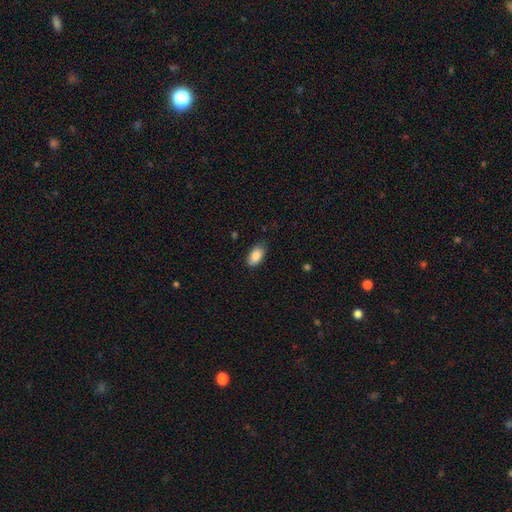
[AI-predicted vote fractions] smooth_or_featured: smooth (p=0.86) [alt: star or artifact p=0.07]
how_rounded: in between (p=0.94) [alt: round p=0.04]
merging: none (p=0.80) [alt: minor disturbance p=0.16]